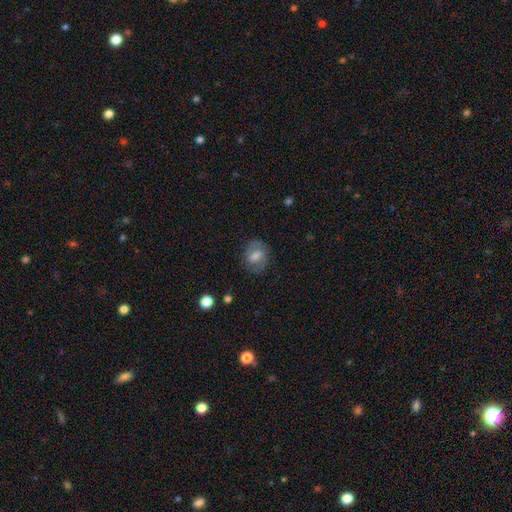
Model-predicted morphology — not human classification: Q: Smooth or featured?
A: smooth (47%); runner-up: featured or disk (42%)
Q: Merging?
A: none (78%); runner-up: minor disturbance (15%)